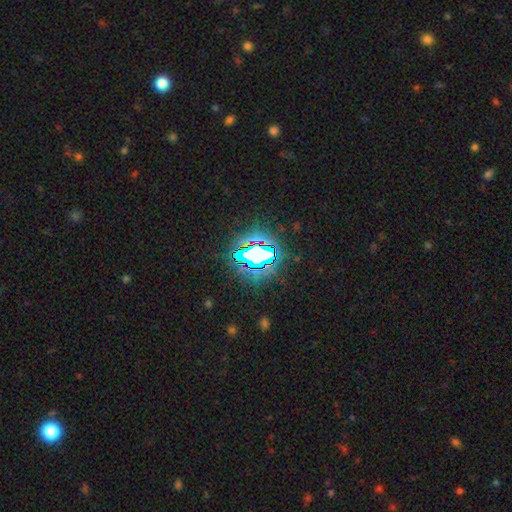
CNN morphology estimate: A star or artifact, not a galaxy (75%).